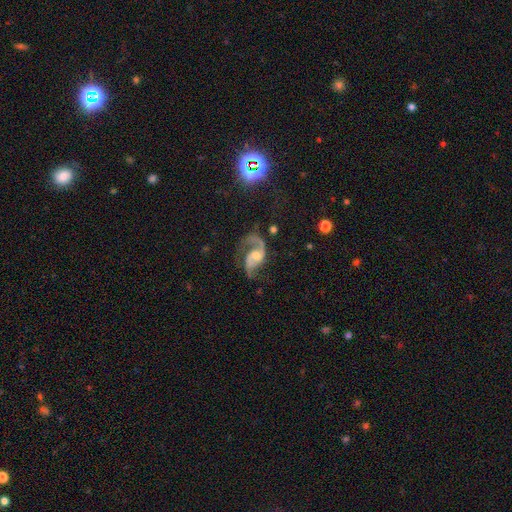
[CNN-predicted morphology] Overall: featured or disk (88%). Edge-on disk: no (98%). Bar: no (56%; weak 35%). Spiral arms: yes (97%). Spiral arm count: 2 (85%). Spiral winding: loose (46%; medium 44%). Bulge size: moderate (49%; small 39%). Merging: none (58%; major disturbance 20%).